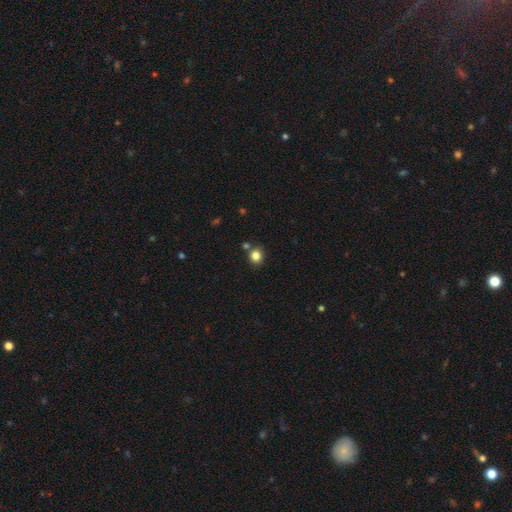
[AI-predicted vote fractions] The model was most divided on "how rounded": round: 78%, in between: 21%, cigar-shaped: 1%. More confident: smooth or featured — smooth (83%); merging — none (78%).